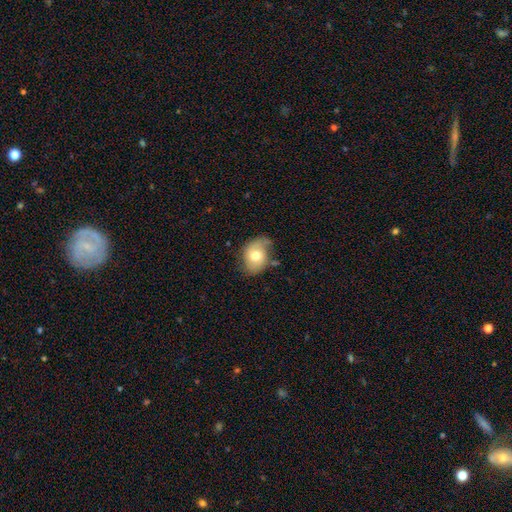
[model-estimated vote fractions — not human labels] Smooth or featured: smooth — 64% (featured or disk — 28%)
How rounded: in between — 68% (round — 31%)
Merging: none — 55% (minor disturbance — 32%)